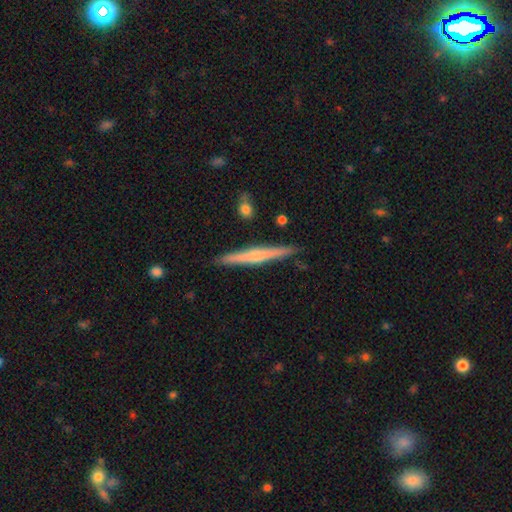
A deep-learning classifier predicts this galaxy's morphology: This is possibly a featured or disk galaxy (58%). It is clearly viewed edge-on (98%). Edge-on bulge: likely rounded (61%). Merging: clearly none (90%).